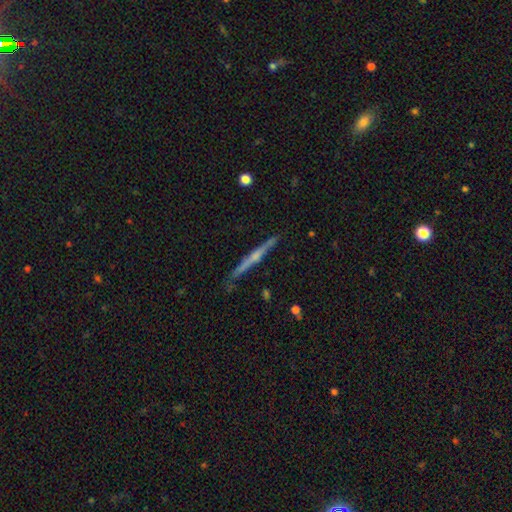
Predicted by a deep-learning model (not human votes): Smooth or featured? Predicted: featured or disk (p=0.67). Edge-on disk? Predicted: yes (p=0.96). Edge-on bulge? Predicted: rounded (p=0.57). Merging? Predicted: none (p=0.86).